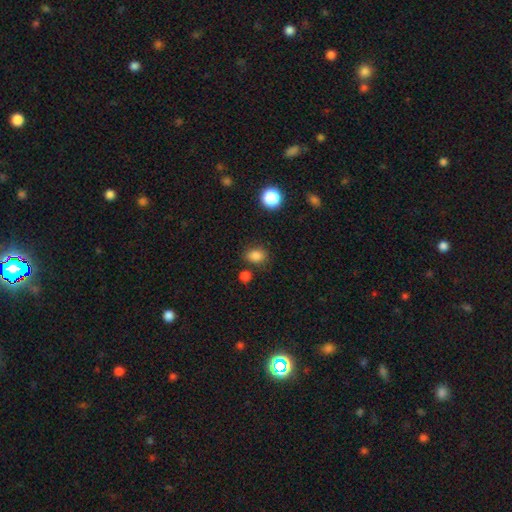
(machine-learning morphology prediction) Q: Smooth or featured?
A: smooth (83%); runner-up: star or artifact (12%)
Q: How rounded?
A: in between (62%); runner-up: round (37%)
Q: Merging?
A: none (77%); runner-up: minor disturbance (13%)